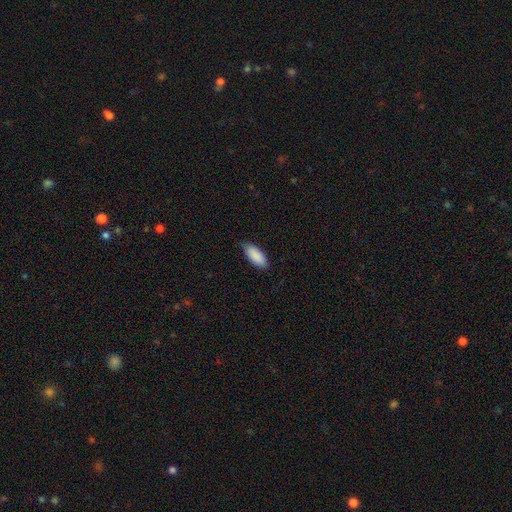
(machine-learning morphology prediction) smooth_or_featured: smooth (p=0.90) [alt: star or artifact p=0.05]
how_rounded: in between (p=0.82) [alt: cigar-shaped p=0.16]
merging: none (p=0.81) [alt: minor disturbance p=0.16]